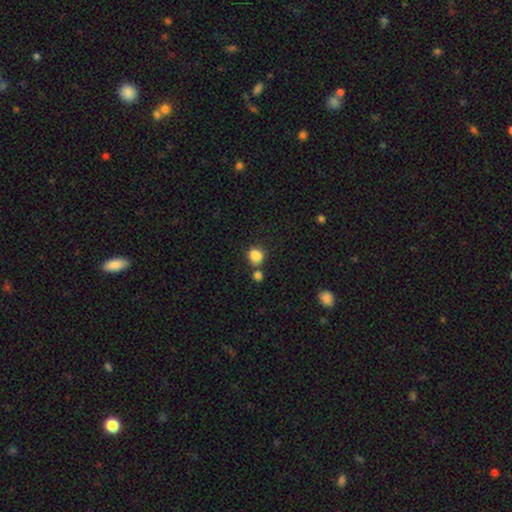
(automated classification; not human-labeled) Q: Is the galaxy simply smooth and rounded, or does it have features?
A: smooth — 84%.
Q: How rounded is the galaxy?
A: round — 68%.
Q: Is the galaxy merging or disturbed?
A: none — 56%.